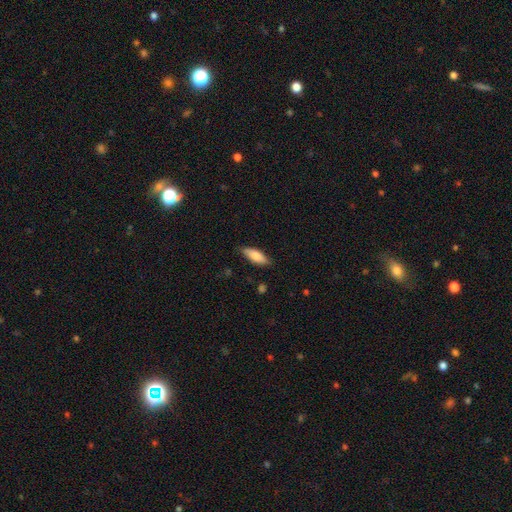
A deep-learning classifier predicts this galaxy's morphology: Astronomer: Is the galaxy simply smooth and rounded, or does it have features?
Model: smooth — 79%.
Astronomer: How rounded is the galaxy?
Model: in between — 71%.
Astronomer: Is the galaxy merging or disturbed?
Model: none — 81%.